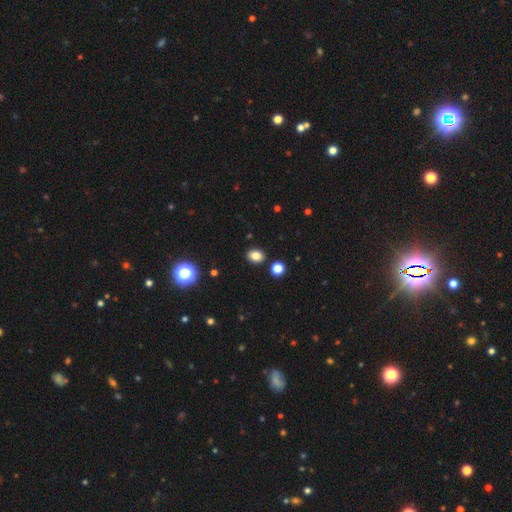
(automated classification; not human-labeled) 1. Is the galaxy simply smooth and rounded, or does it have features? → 82% smooth, 13% star or artifact, 6% featured or disk.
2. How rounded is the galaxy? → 62% in between, 37% round, 1% cigar-shaped.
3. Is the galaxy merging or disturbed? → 86% none, 8% minor disturbance, 4% merger, 2% major disturbance.